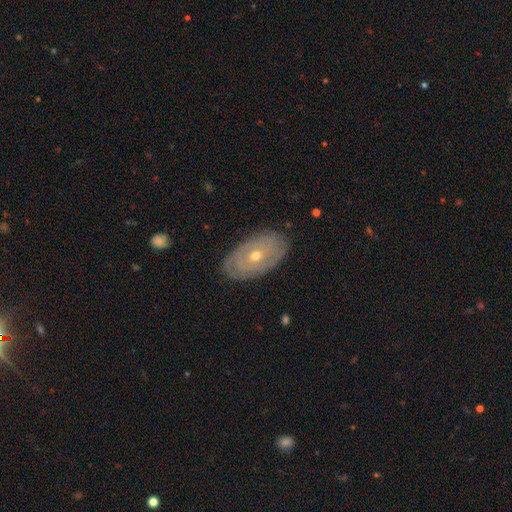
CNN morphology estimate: Smooth or featured? featured or disk (72%)
Edge-on disk? no (92%)
Bar? no (82%)
Spiral arms? yes (66%)
Bulge size? moderate (51%)
Merging? none (82%)